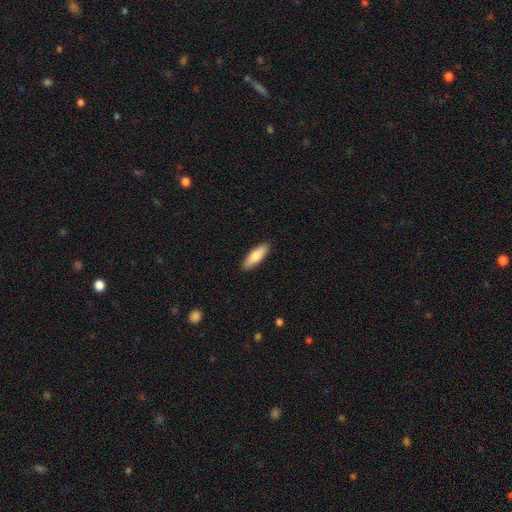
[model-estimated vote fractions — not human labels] Morphology: type=smooth (76%); roundness=in between (51%); merging=none (91%).